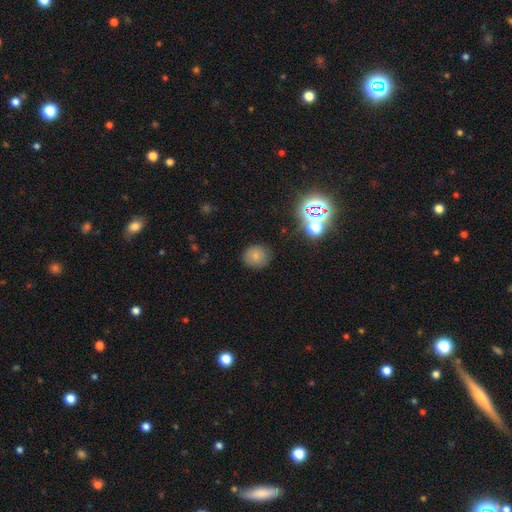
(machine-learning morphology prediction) Smooth or featured?
  - smooth: 74% *
  - star or artifact: 16%
  - featured or disk: 10%
How rounded?
  - round: 80% *
  - in between: 19%
  - cigar-shaped: 1%
Merging?
  - none: 85% *
  - minor disturbance: 10%
  - major disturbance: 3%
  - merger: 2%